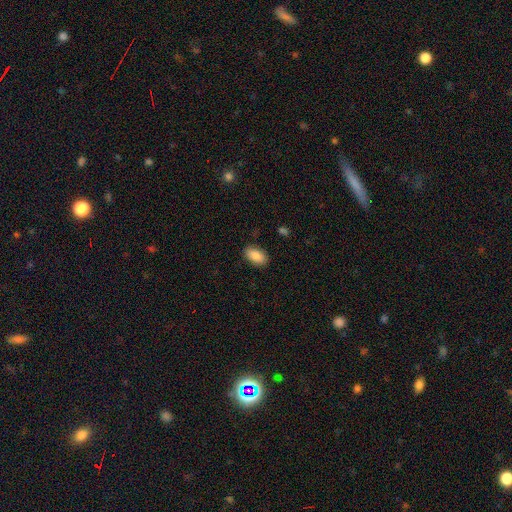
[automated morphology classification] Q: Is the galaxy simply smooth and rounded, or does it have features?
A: smooth — 87%.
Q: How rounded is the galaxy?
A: in between — 93%.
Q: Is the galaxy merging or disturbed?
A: none — 88%.